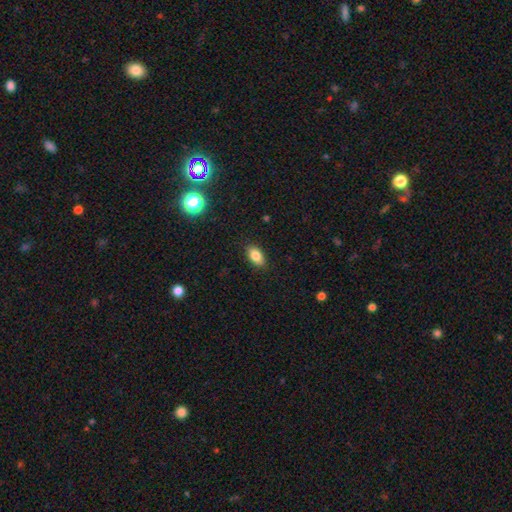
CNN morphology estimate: This appears to be a smooth galaxy with no disk features (82%) that is in between round and cigar-shaped (89%). Merging: none (87%).